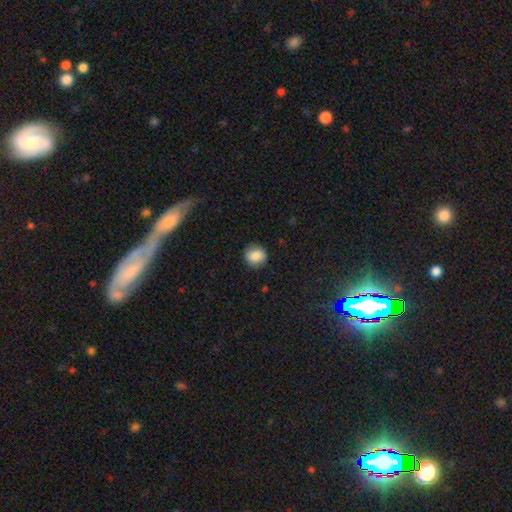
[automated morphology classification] smooth 84%, star or artifact 9%, featured or disk 8%. Down the decision tree: how rounded — round (83%); merging — none (86%).